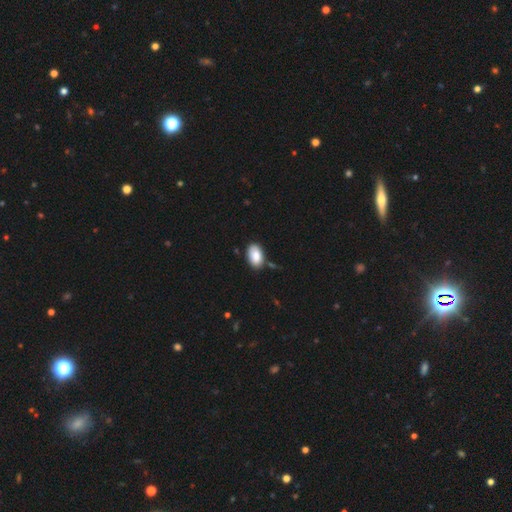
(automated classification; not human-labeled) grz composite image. It shows a smooth galaxy with no disk features (87%) that is in between round and cigar-shaped (93%). Merging: none (78%).